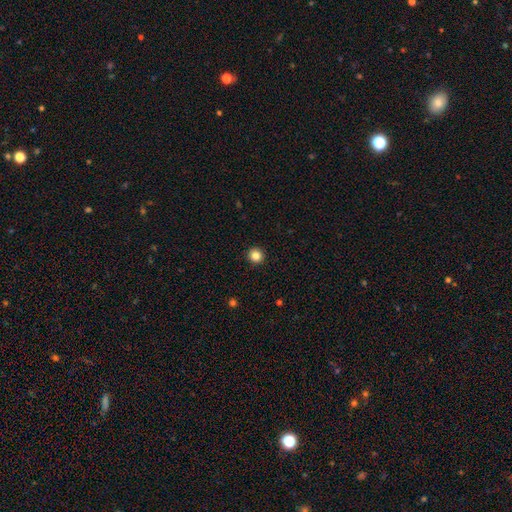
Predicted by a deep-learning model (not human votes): Smooth or featured? Predicted: smooth (p=0.85). How rounded? Predicted: round (p=0.94). Merging? Predicted: none (p=0.94).